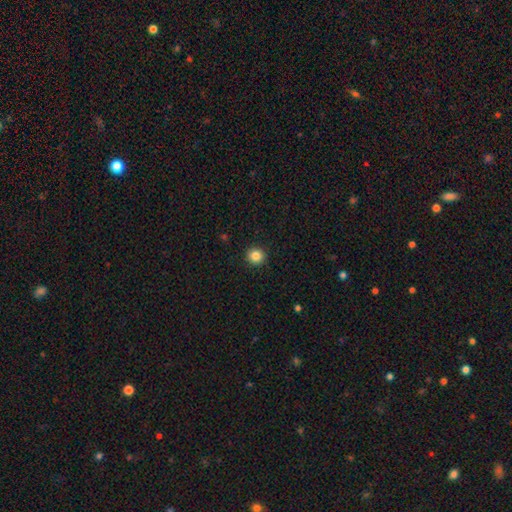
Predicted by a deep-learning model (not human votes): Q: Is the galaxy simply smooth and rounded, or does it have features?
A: smooth — 85%.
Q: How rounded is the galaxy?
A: round — 92%.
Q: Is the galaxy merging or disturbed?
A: none — 92%.